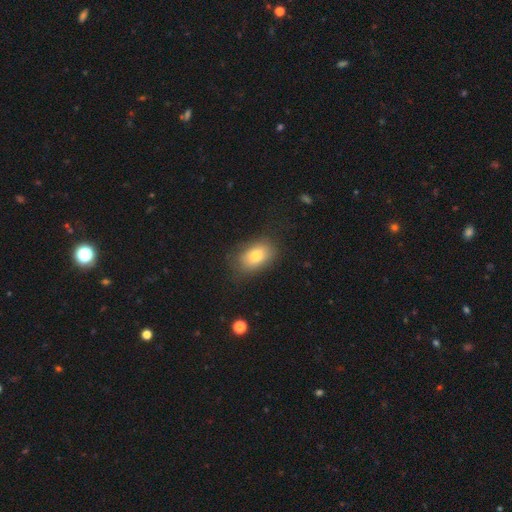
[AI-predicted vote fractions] Smooth or featured?
  - smooth: 76% *
  - featured or disk: 14%
  - star or artifact: 9%
How rounded?
  - in between: 84% *
  - round: 14%
  - cigar-shaped: 2%
Merging?
  - none: 77% *
  - minor disturbance: 16%
  - major disturbance: 5%
  - merger: 1%